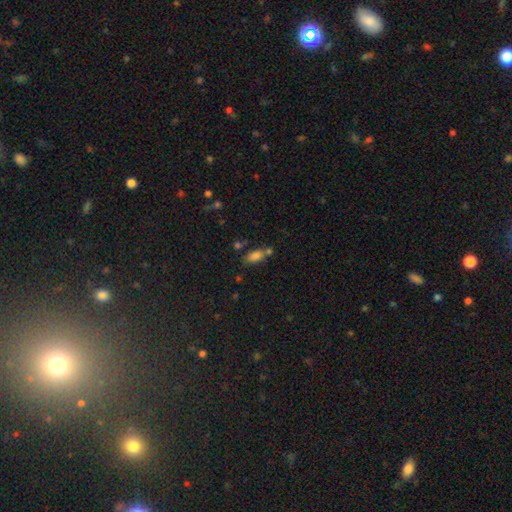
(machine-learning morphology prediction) type=smooth (80%); roundness=in between (85%); merging=none (61%).